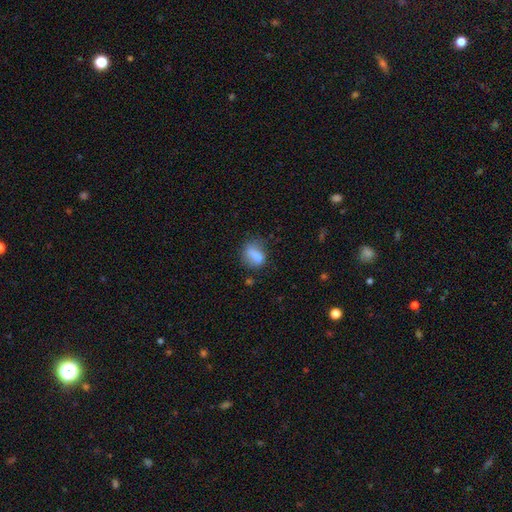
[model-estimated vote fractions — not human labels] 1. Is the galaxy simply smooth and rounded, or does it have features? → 73% smooth, 16% featured or disk, 10% star or artifact.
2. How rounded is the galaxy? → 54% in between, 43% round, 3% cigar-shaped.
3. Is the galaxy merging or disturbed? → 45% none, 26% minor disturbance, 15% major disturbance, 14% merger.